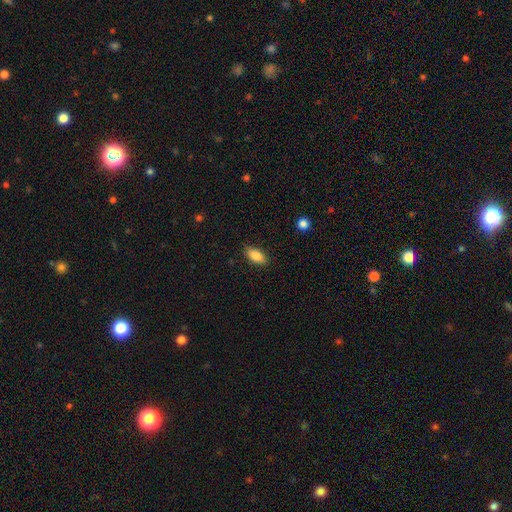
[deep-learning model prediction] A smooth galaxy with no disk features (85%) that is in between round and cigar-shaped (89%).

Vote fractions:
- Smooth or featured? smooth: 85% / featured or disk: 8% / star or artifact: 7%
- How rounded? in between: 89% / cigar-shaped: 8% / round: 3%
- Merging? none: 87% / minor disturbance: 9% / major disturbance: 2% / merger: 1%